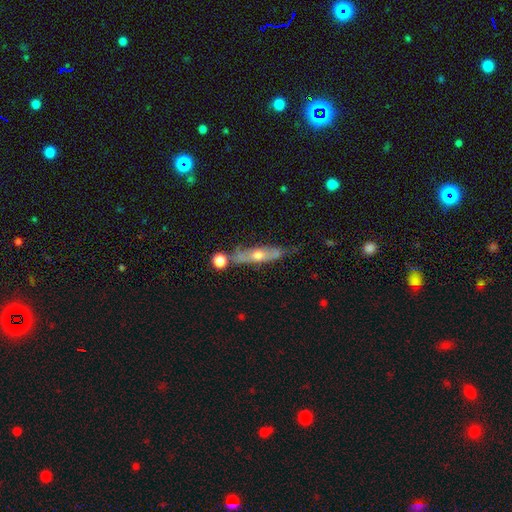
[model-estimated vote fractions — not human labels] featured or disk 65%, smooth 27%, star or artifact 8%. Down the decision tree: edge-on disk — yes (64%); merging — none (64%).